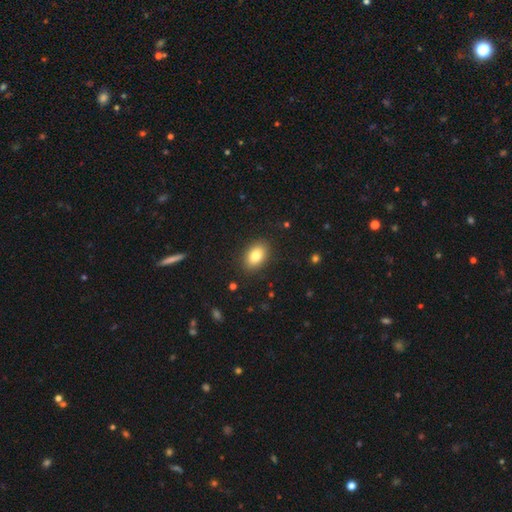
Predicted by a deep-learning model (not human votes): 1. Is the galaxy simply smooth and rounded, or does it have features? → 83% smooth, 9% featured or disk, 8% star or artifact.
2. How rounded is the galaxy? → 86% in between, 12% round, 1% cigar-shaped.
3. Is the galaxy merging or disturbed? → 88% none, 9% minor disturbance, 3% major disturbance, 1% merger.